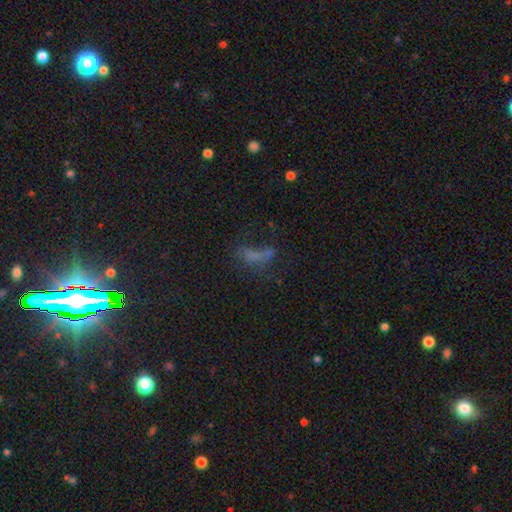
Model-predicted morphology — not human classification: Smooth or featured: smooth — 47% (star or artifact — 31%)
Merging: none — 37% (major disturbance — 32%)